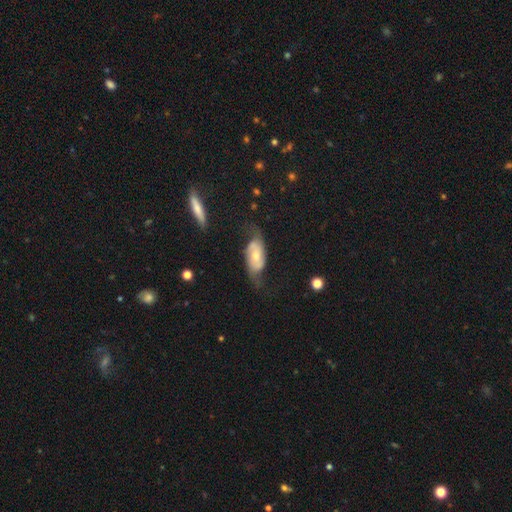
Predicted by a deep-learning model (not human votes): Smooth or featured?
  - featured or disk: 64% *
  - smooth: 29%
  - star or artifact: 6%
Edge-on disk?
  - no: 90% *
  - yes: 10%
Bar?
  - no: 61% *
  - weak: 27%
  - strong: 12%
Spiral arms?
  - yes: 82% *
  - no: 18%
Bulge size?
  - moderate: 54% *
  - small: 38%
  - large: 5%
  - none: 1%
  - dominant: 1%
Merging?
  - none: 55% *
  - minor disturbance: 24%
  - major disturbance: 18%
  - merger: 3%